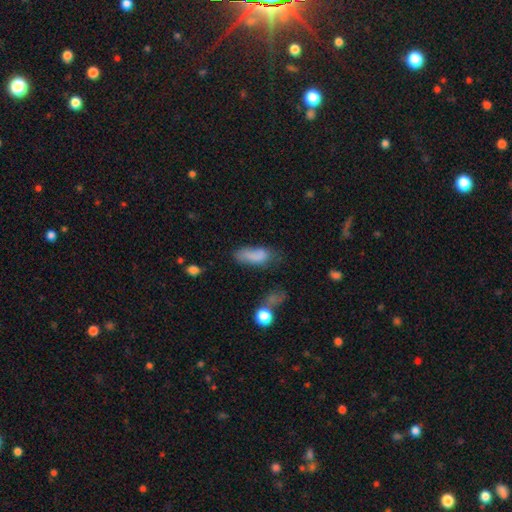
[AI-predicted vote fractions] The model was most divided on "merging": none: 43%, minor disturbance: 30%, major disturbance: 19%, merger: 8%. More confident: smooth or featured — smooth (79%); how rounded — in between (72%).